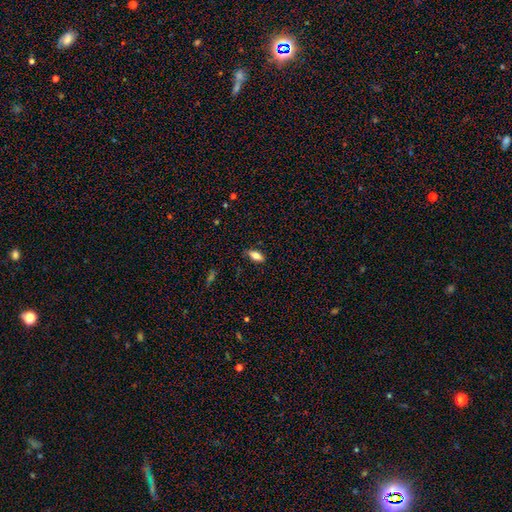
This appears to be a smooth galaxy with no disk features (74%) that is in between round and cigar-shaped (82%). Merging: none (92%).